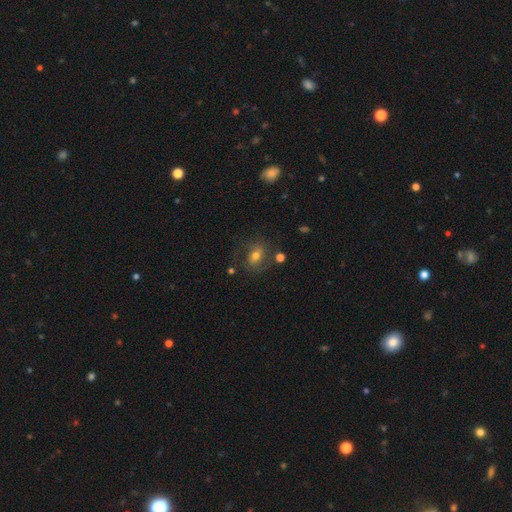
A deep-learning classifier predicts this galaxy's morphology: Smooth or featured? smooth (47%)
Merging? none (64%)